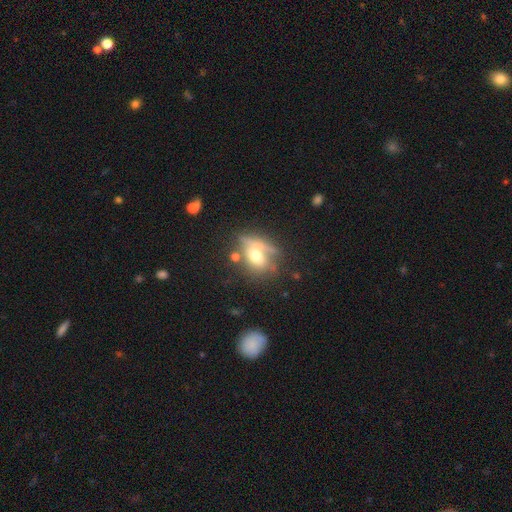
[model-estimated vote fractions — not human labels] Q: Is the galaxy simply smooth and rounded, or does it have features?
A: smooth — 57%.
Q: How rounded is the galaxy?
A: in between — 50%.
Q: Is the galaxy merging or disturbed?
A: none — 49%.